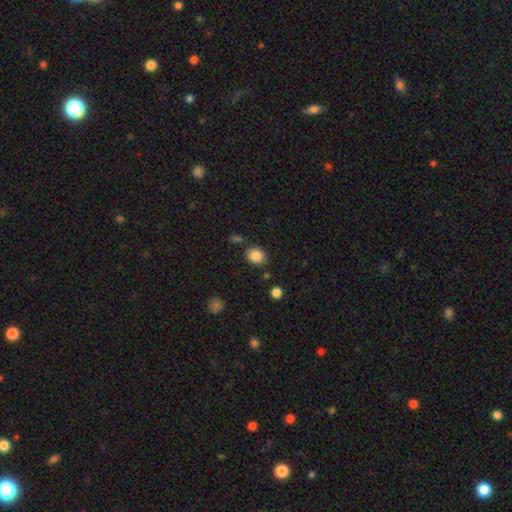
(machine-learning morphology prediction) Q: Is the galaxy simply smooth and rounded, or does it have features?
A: smooth — 85%.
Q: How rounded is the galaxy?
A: round — 55%.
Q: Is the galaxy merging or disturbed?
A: none — 80%.